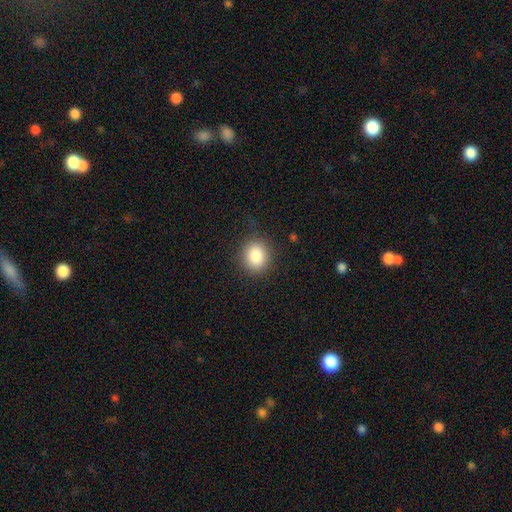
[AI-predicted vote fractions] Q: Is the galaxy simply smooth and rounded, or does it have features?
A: smooth — 85%.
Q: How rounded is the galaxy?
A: round — 75%.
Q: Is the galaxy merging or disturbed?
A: none — 85%.